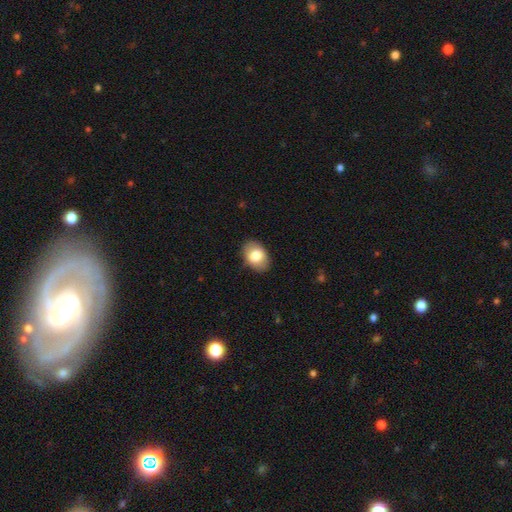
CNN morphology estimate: The model was most divided on "smooth or featured": smooth: 78%, featured or disk: 15%, star or artifact: 7%. More confident: merging — none (86%); how rounded — in between (84%).